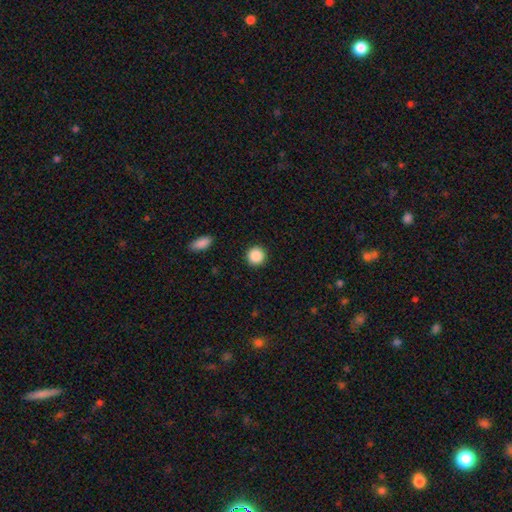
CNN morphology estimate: The model was most divided on "smooth or featured": smooth: 88%, star or artifact: 9%, featured or disk: 3%. More confident: how rounded — round (94%); merging — none (92%).